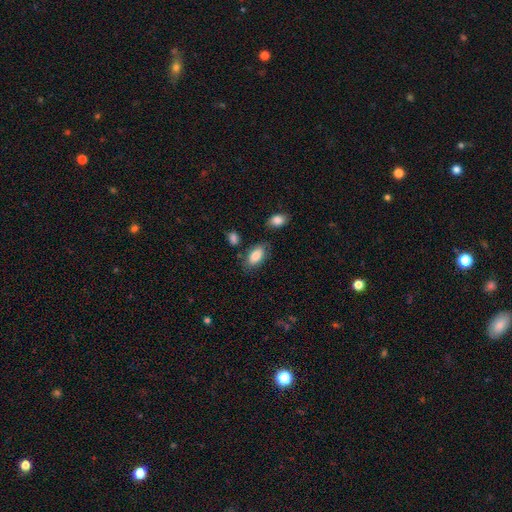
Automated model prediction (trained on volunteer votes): smooth-or-featured: smooth: 85% | featured or disk: 8% | star or artifact: 7%
  how-rounded: in between: 93% | round: 3% | cigar-shaped: 3%
  merging: none: 75% | minor disturbance: 16% | merger: 5% | major disturbance: 4%